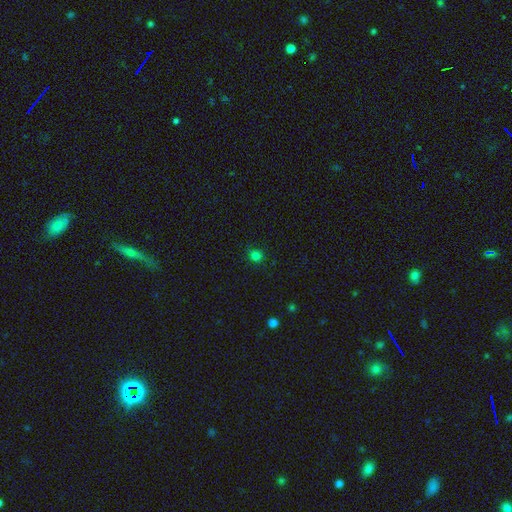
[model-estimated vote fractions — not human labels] Smooth or featured?
  - smooth: 78% *
  - star or artifact: 18%
  - featured or disk: 4%
How rounded?
  - round: 89% *
  - in between: 10%
  - cigar-shaped: 1%
Merging?
  - none: 85% *
  - minor disturbance: 11%
  - major disturbance: 3%
  - merger: 1%